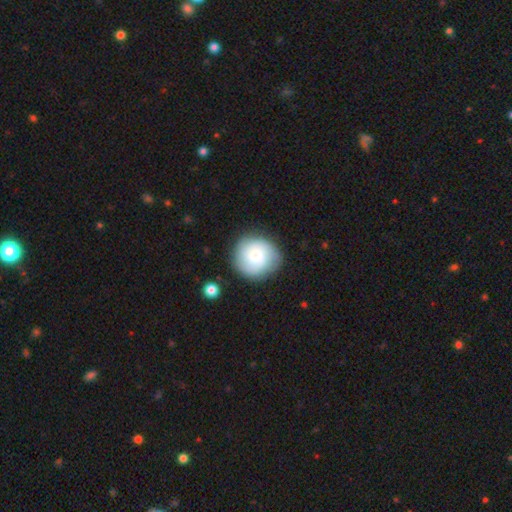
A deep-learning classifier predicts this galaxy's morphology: smooth-or-featured: smooth: 60% | featured or disk: 33% | star or artifact: 7%
  how-rounded: round: 90% | in between: 9% | cigar-shaped: 1%
  merging: none: 80% | minor disturbance: 13% | major disturbance: 5% | merger: 2%